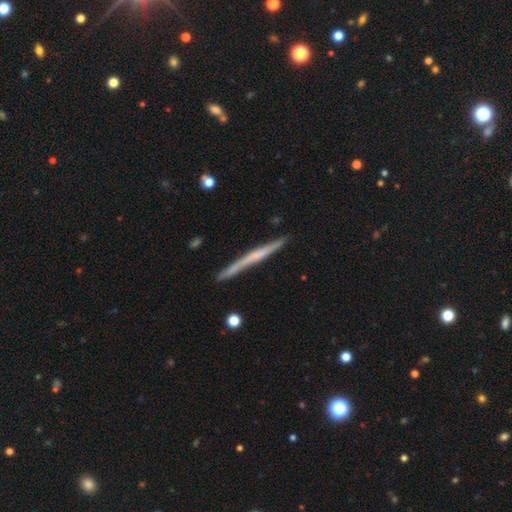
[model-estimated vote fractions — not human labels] This appears to be a featured or disk galaxy (62%) viewed edge-on (97%) with no central bulge (67%). Merging: none (87%).